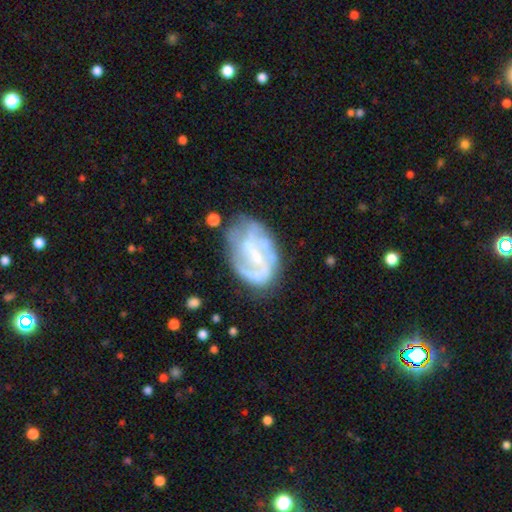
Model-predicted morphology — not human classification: The model was most divided on "spiral winding": medium: 40%, loose: 30%, tight: 30%. Remaining: edge-on disk — no (97%); smooth or featured — featured or disk (75%); spiral arms — yes (70%); merging — none (51%); bulge size — small (47%); spiral arm count — 2 (47%); bar — weak (44%).